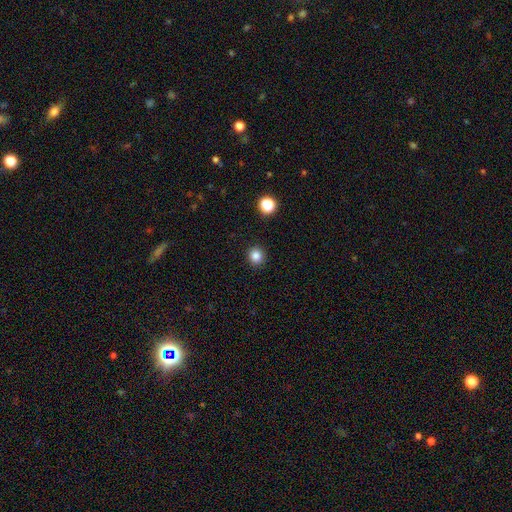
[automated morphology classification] A smooth galaxy with no disk features (83%) that is round (92%).

Vote fractions:
- Smooth or featured? smooth: 83% / star or artifact: 13% / featured or disk: 4%
- How rounded? round: 92% / in between: 7% / cigar-shaped: 1%
- Merging? none: 92% / minor disturbance: 5% / major disturbance: 2% / merger: 1%